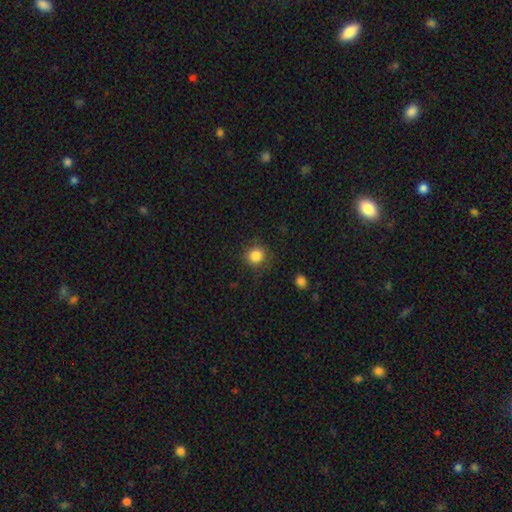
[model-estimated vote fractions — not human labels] Smooth or featured: smooth — 85% (star or artifact — 11%)
How rounded: round — 90% (in between — 9%)
Merging: none — 84% (minor disturbance — 11%)